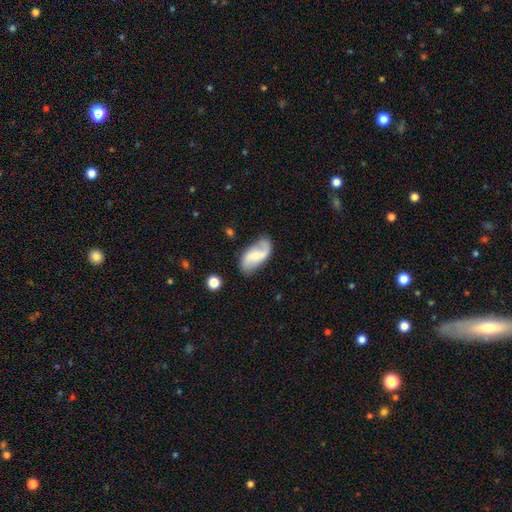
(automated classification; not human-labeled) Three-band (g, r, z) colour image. It shows a featured or disk galaxy (64%) with a weak bar (43%), 2 (85%) loose (64%) spiral arms (92%) and a small central bulge (43%). Merging: none (73%).